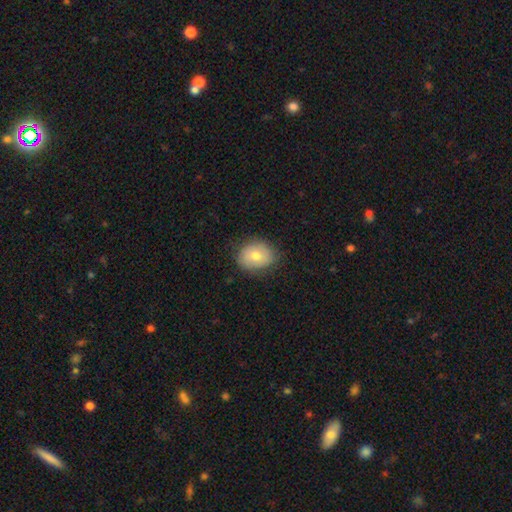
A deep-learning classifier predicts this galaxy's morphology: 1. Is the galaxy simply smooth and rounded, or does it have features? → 71% smooth, 20% featured or disk, 9% star or artifact.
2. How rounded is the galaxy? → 50% in between, 49% round, 1% cigar-shaped.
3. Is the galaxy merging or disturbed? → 81% none, 15% minor disturbance, 3% major disturbance, 1% merger.